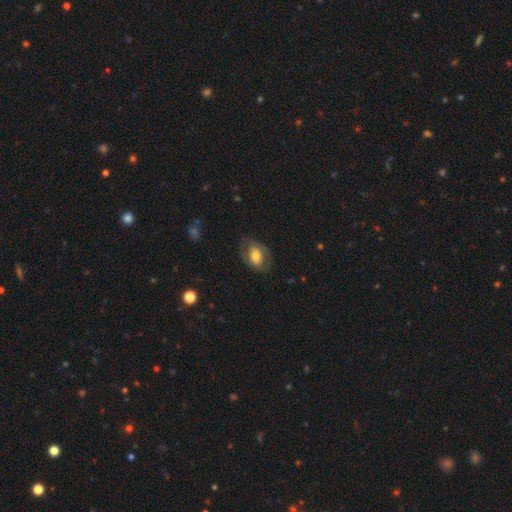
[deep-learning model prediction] A smooth galaxy with no disk features (51%) that is in between round and cigar-shaped (81%).

Vote fractions:
- Smooth or featured? smooth: 51% / featured or disk: 42% / star or artifact: 7%
- How rounded? in between: 81% / round: 17% / cigar-shaped: 2%
- Merging? none: 69% / minor disturbance: 18% / major disturbance: 12% / merger: 1%